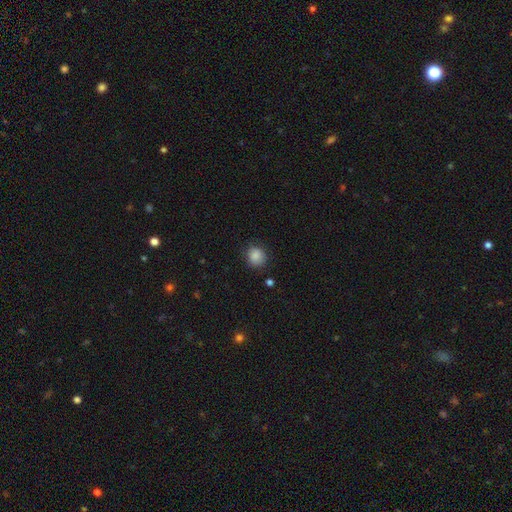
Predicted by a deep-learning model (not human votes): This appears to be a smooth galaxy with no disk features (87%) that is round (82%). Merging: none (81%).